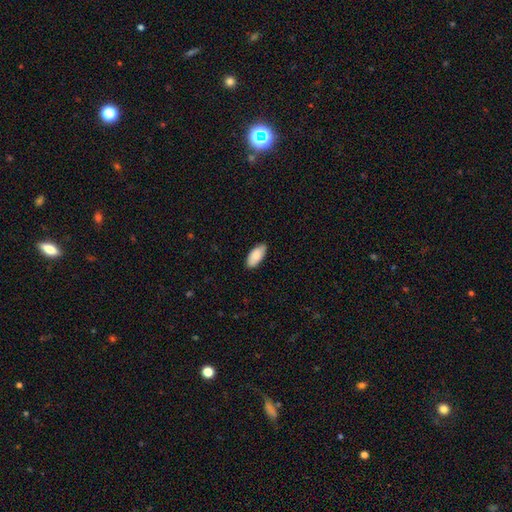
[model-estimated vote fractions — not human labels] Smooth or featured: smooth — 88% (featured or disk — 6%)
How rounded: in between — 90% (cigar-shaped — 8%)
Merging: none — 86% (minor disturbance — 11%)